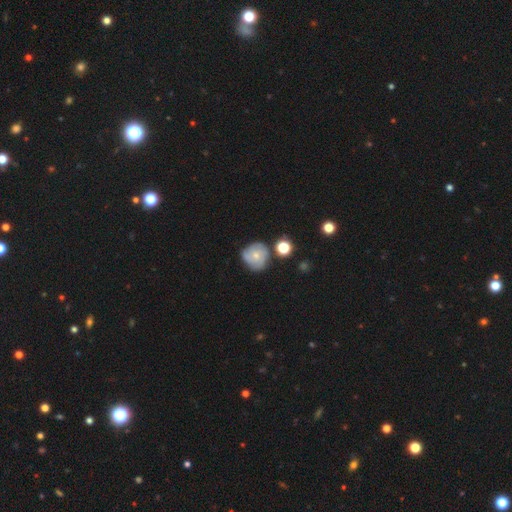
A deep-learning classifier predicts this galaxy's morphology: Smooth or featured? Predicted: smooth (p=0.48). Merging? Predicted: none (p=0.61).